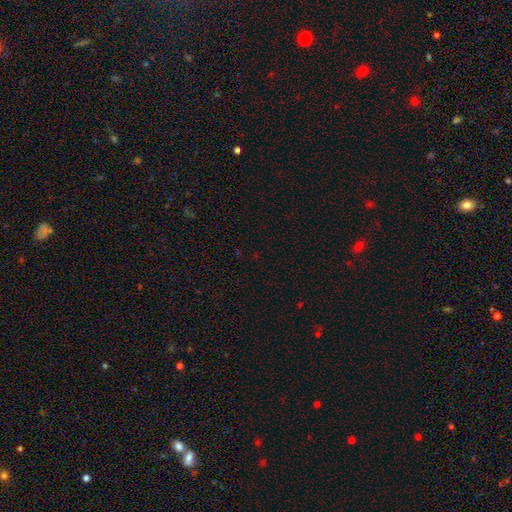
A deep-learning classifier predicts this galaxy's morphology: Smooth or featured? Predicted: star or artifact (p=0.69).